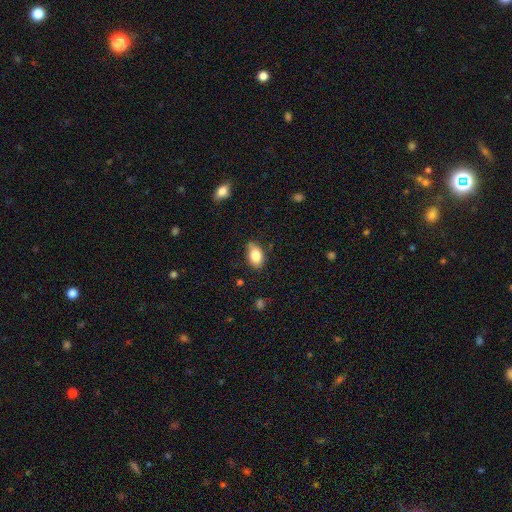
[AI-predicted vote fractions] smooth 85%, star or artifact 8%, featured or disk 8%. Down the decision tree: how rounded — in between (88%); merging — none (72%).